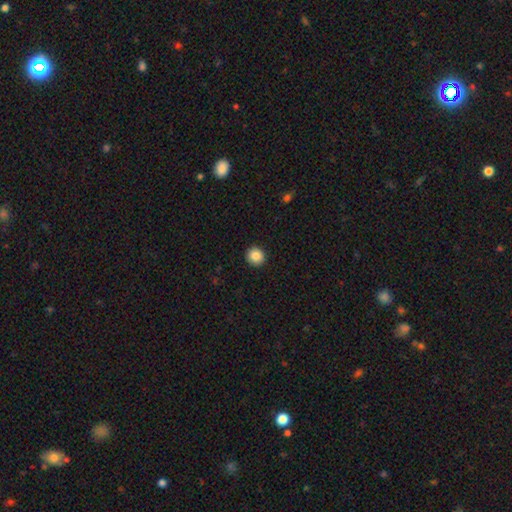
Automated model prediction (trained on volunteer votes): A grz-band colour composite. It shows a smooth galaxy with no disk features (87%) that is round (92%). Merging: none (93%).